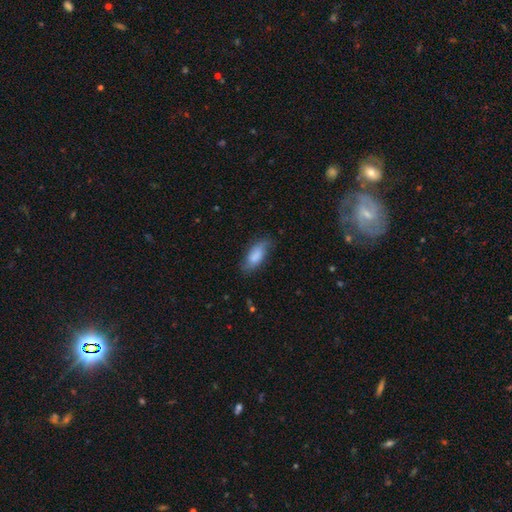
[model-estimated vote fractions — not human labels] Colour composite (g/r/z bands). It shows a smooth galaxy with no disk features (81%) that is in between round and cigar-shaped (80%). Merging: none (72%).